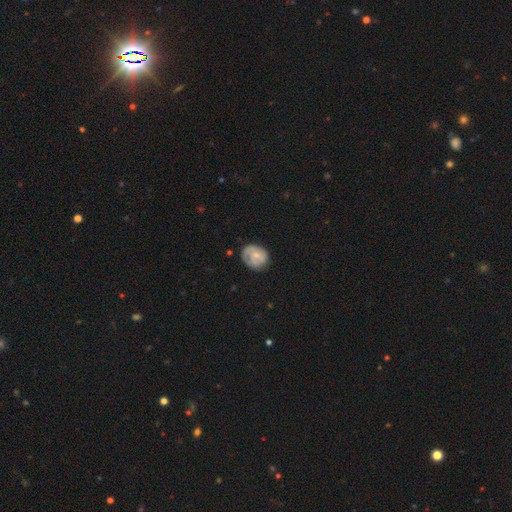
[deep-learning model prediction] featured or disk 47%, smooth 46%, star or artifact 7%. Down the decision tree: merging — none (64%).